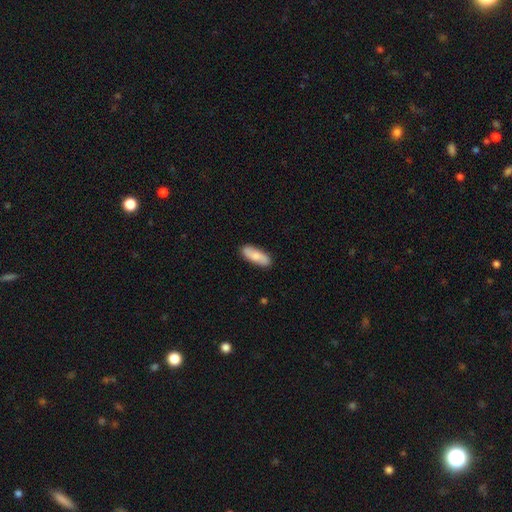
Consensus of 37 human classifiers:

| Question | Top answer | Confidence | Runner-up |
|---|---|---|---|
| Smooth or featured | smooth | 78% | featured or disk (22%) |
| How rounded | in between | 55% | cigar-shaped (41%) |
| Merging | none | 89% | minor disturbance (5%) |